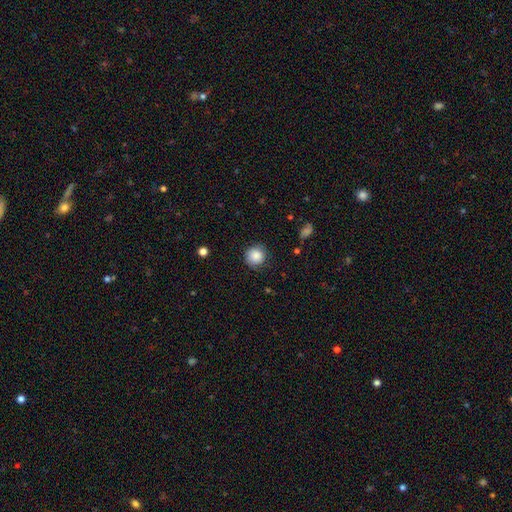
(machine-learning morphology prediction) Smooth or featured: smooth — 86% (star or artifact — 9%)
How rounded: round — 93% (in between — 7%)
Merging: none — 82% (minor disturbance — 14%)